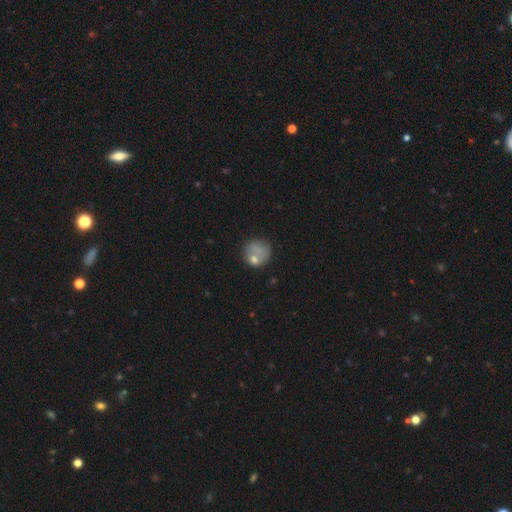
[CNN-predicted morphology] Overall: smooth (71%). How rounded: round (84%). Merging: none (52%; minor disturbance 21%).